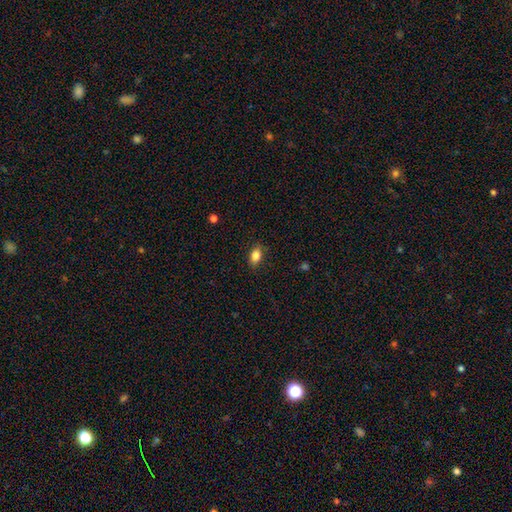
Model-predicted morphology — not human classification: Smooth or featured: smooth — 84% (star or artifact — 9%)
How rounded: in between — 85% (round — 12%)
Merging: none — 84% (minor disturbance — 13%)